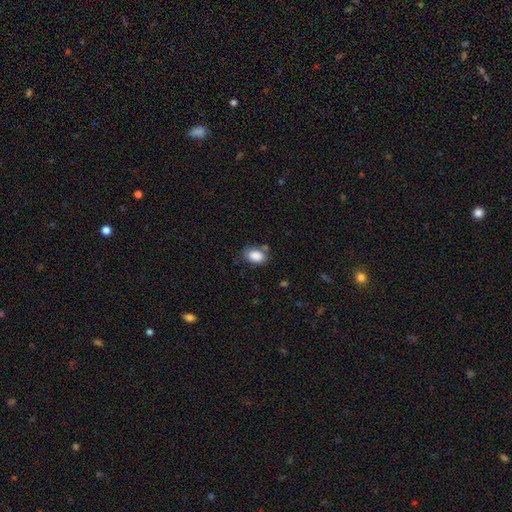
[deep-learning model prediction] smooth 87%, star or artifact 8%, featured or disk 5%. Down the decision tree: how rounded — in between (84%); merging — none (69%).